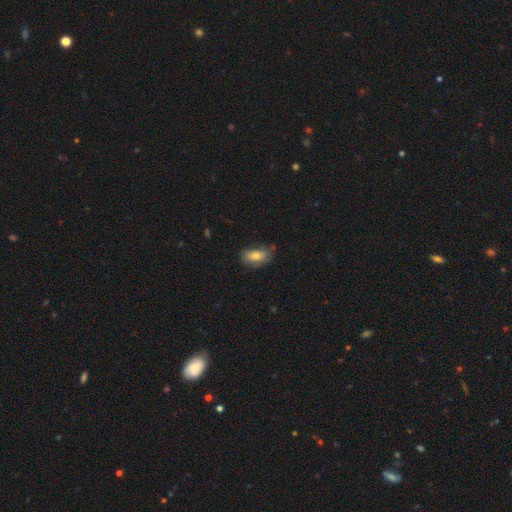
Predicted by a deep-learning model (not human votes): Morphology: type=smooth (73%); roundness=in between (88%); merging=none (71%).